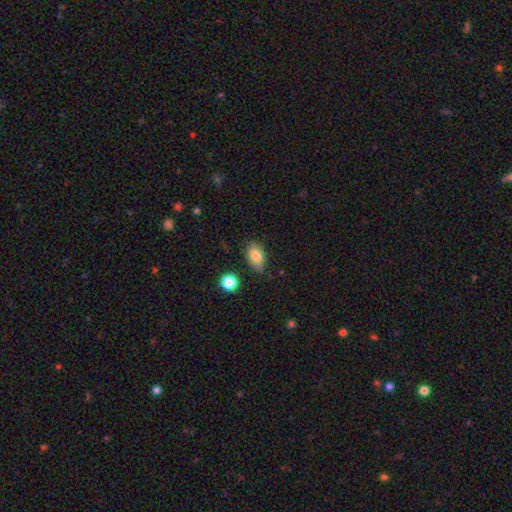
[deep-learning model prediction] This appears to be a smooth galaxy with no disk features (81%) that is in between round and cigar-shaped (88%). Merging: none (77%).